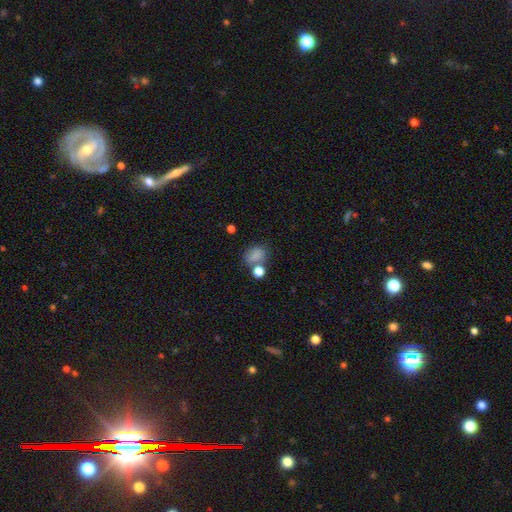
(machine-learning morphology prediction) type=smooth (79%); roundness=in between (54%); merging=none (53%).